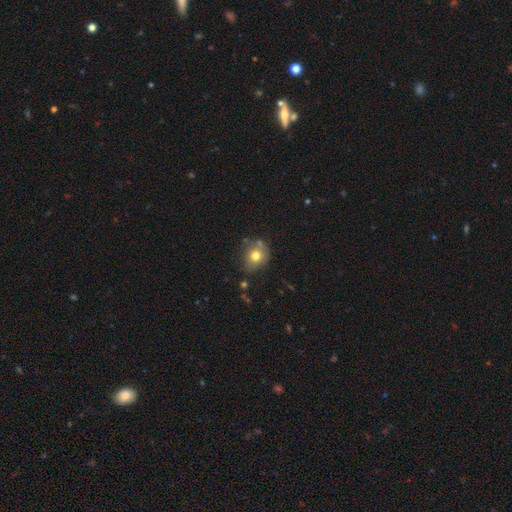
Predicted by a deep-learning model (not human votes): This appears to be a smooth galaxy with no disk features (73%) that is round (67%). Merging: none (63%).